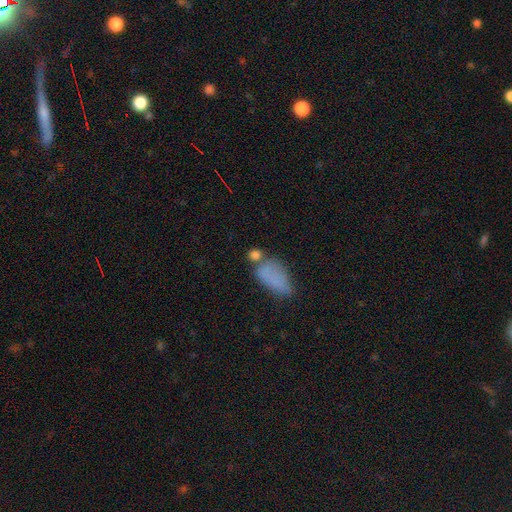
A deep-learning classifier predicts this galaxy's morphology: A smooth galaxy with no disk features (75%) that is in between round and cigar-shaped (71%).

Vote fractions:
- Smooth or featured? smooth: 75% / star or artifact: 13% / featured or disk: 12%
- How rounded? in between: 71% / round: 24% / cigar-shaped: 5%
- Merging? none: 37% / merger: 34% / minor disturbance: 17% / major disturbance: 13%